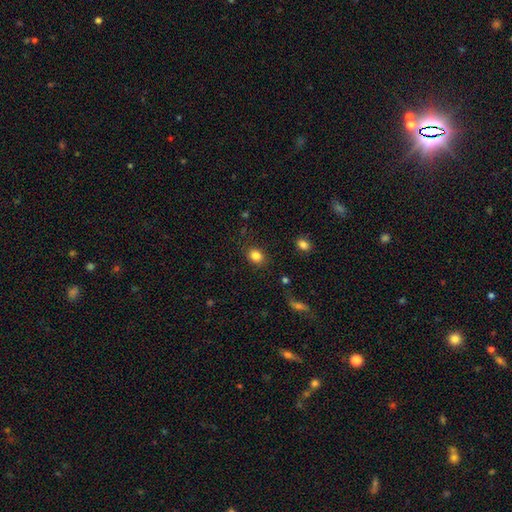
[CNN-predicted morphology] Q: Smooth or featured?
A: smooth (85%); runner-up: star or artifact (10%)
Q: How rounded?
A: round (53%); runner-up: in between (46%)
Q: Merging?
A: none (86%); runner-up: minor disturbance (10%)